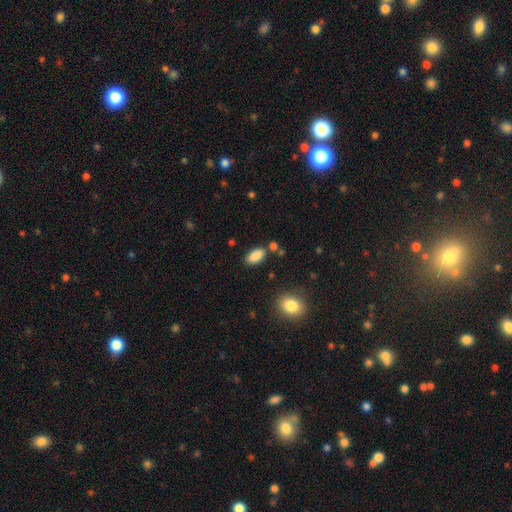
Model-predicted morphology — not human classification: type=smooth (88%); roundness=in between (91%); merging=none (80%).